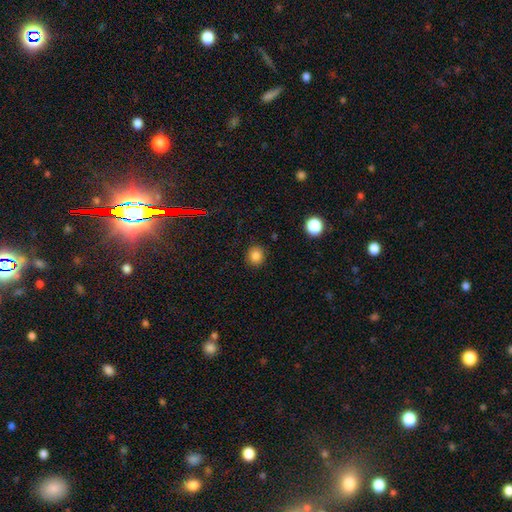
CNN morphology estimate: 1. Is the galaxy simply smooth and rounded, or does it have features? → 83% smooth, 12% star or artifact, 5% featured or disk.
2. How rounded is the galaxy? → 85% round, 14% in between, 1% cigar-shaped.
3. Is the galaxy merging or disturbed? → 89% none, 7% minor disturbance, 2% major disturbance, 1% merger.